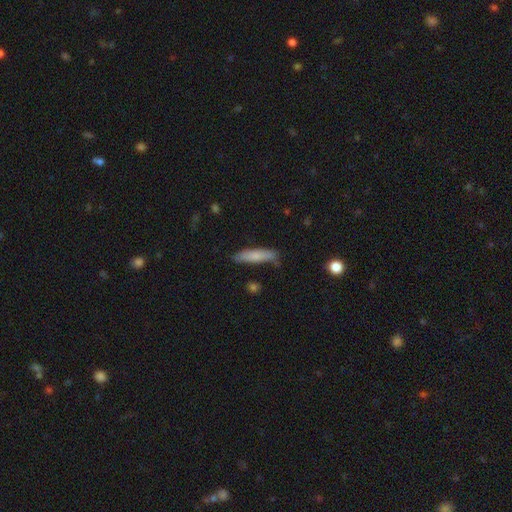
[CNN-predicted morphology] Smooth or featured?
  - smooth: 77% *
  - featured or disk: 17%
  - star or artifact: 6%
How rounded?
  - cigar-shaped: 81% *
  - in between: 18%
  - round: 2%
Merging?
  - none: 75% *
  - minor disturbance: 19%
  - major disturbance: 4%
  - merger: 3%